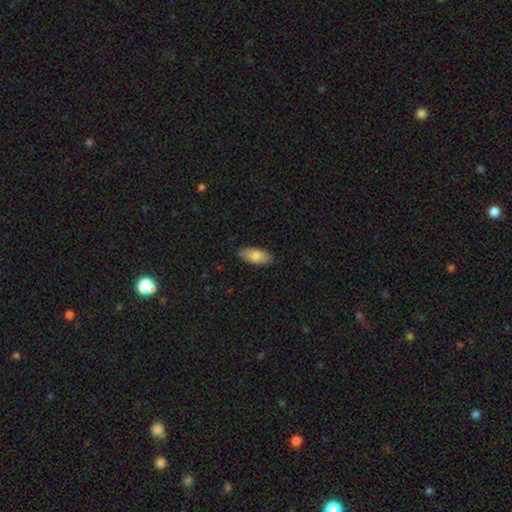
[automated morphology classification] A smooth galaxy with no disk features (80%) that is in between round and cigar-shaped (89%). Merging: none (86%).